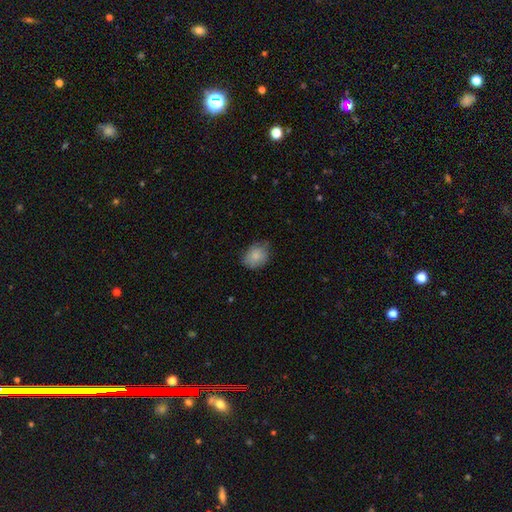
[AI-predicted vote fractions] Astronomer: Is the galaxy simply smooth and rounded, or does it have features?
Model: smooth — 84%.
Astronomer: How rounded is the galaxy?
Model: in between — 53% (runner-up: round, 46%).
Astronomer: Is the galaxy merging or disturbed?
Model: none — 68%.